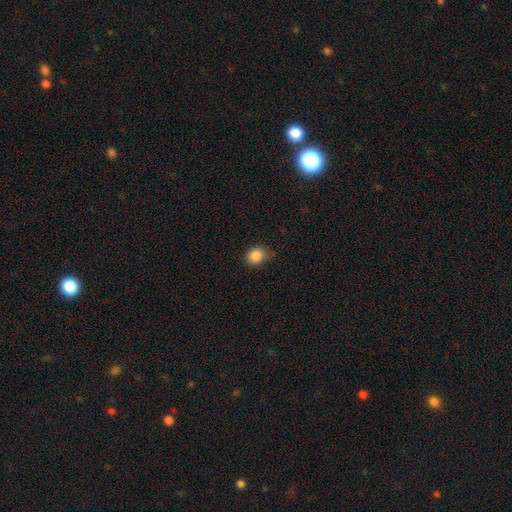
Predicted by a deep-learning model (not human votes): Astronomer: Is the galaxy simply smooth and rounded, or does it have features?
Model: smooth — 86%.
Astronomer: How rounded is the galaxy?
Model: round — 65%.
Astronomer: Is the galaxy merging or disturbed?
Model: none — 74%.